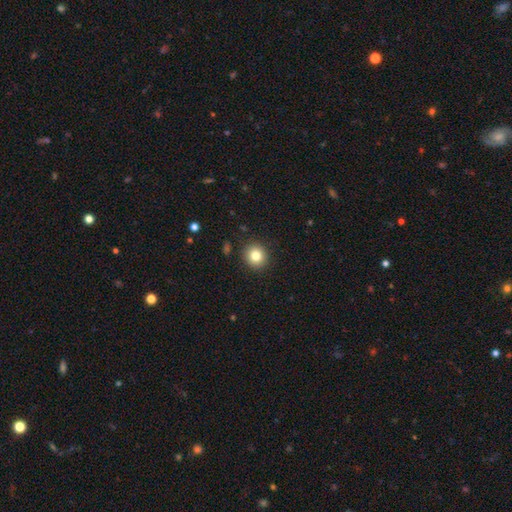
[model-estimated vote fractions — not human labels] This is clearly a smooth galaxy (82%). How rounded: clearly round (89%). Merging: clearly none (91%).